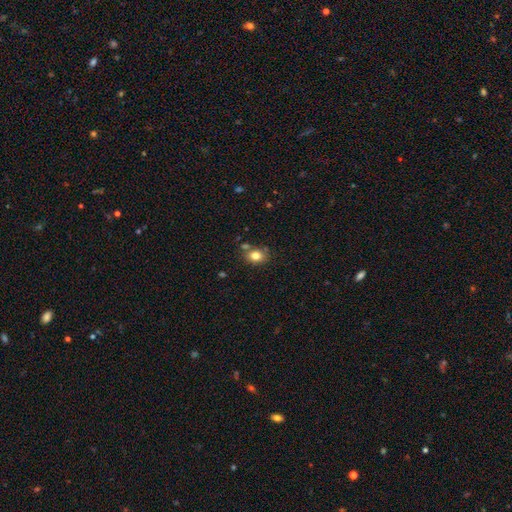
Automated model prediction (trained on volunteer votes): smooth 79%, star or artifact 11%, featured or disk 10%. Down the decision tree: how rounded — in between (51%); merging — none (70%).